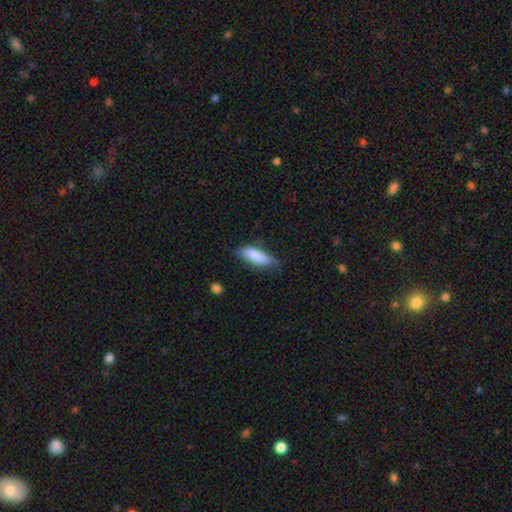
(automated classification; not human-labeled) Smooth or featured? smooth (82%)
How rounded? in between (54%)
Merging? none (58%)